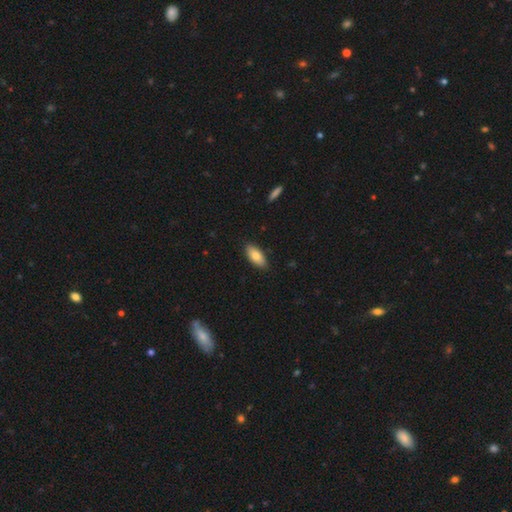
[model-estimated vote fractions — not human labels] smooth 81%, featured or disk 12%, star or artifact 6%. Down the decision tree: how rounded — in between (86%); merging — none (87%).